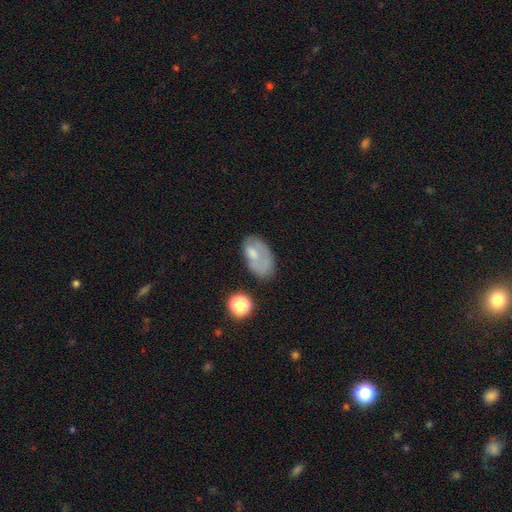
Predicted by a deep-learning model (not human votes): Smooth or featured?
  - smooth: 58% *
  - featured or disk: 31%
  - star or artifact: 11%
How rounded?
  - in between: 89% *
  - round: 9%
  - cigar-shaped: 2%
Merging?
  - none: 45% *
  - minor disturbance: 28%
  - major disturbance: 20%
  - merger: 7%